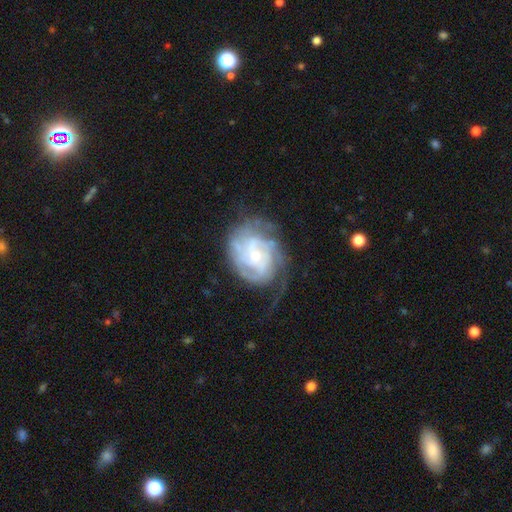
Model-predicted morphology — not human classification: A featured or disk galaxy (84%) with no bar (68%), tight (58%) spiral arms (92%) and a small central bulge (64%).

Vote fractions:
- Smooth or featured? featured or disk: 84% / smooth: 11% / star or artifact: 6%
- Edge-on disk? no: 97% / yes: 3%
- Bar? no: 68% / weak: 26% / strong: 5%
- Spiral arms? yes: 92% / no: 8%
- Spiral winding? tight: 58% / medium: 32% / loose: 10%
- Spiral arm count? can't tell: 40% / 2: 19% / 3: 18% / 4: 12% / 1: 6% / more than 4: 6%
- Bulge size? small: 64% / moderate: 31% / large: 2% / none: 2% / dominant: 1%
- Merging? none: 54% / minor disturbance: 23% / major disturbance: 21% / merger: 2%